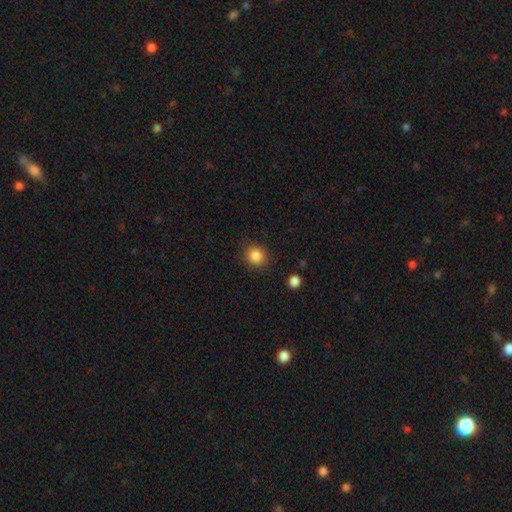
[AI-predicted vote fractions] Smooth or featured?
  - smooth: 86% *
  - star or artifact: 10%
  - featured or disk: 4%
How rounded?
  - round: 85% *
  - in between: 14%
  - cigar-shaped: 1%
Merging?
  - none: 87% *
  - minor disturbance: 9%
  - major disturbance: 3%
  - merger: 2%